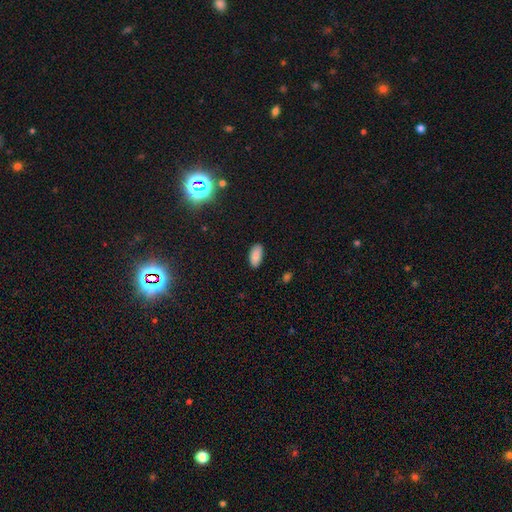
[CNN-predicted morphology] Smooth or featured?
  - smooth: 86% *
  - star or artifact: 9%
  - featured or disk: 5%
How rounded?
  - in between: 93% *
  - cigar-shaped: 5%
  - round: 2%
Merging?
  - none: 87% *
  - minor disturbance: 10%
  - major disturbance: 2%
  - merger: 1%